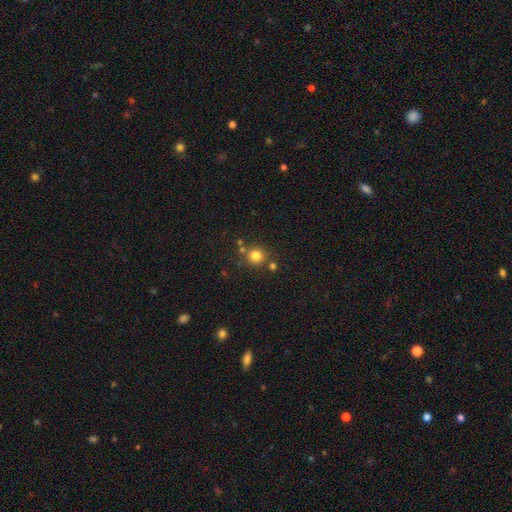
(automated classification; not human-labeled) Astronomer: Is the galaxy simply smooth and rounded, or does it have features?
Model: smooth — 80%.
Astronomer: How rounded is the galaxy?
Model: round — 92%.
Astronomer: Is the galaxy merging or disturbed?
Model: none — 75%.